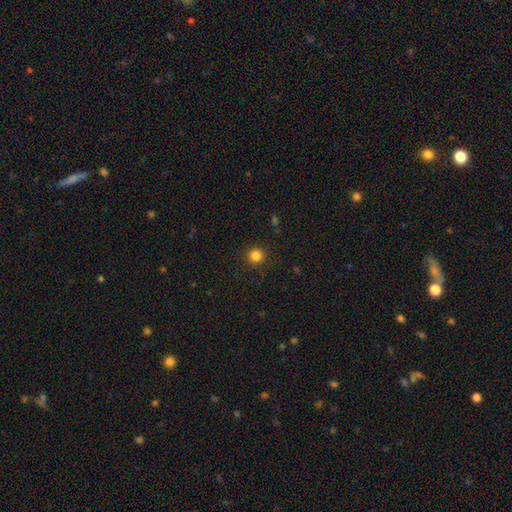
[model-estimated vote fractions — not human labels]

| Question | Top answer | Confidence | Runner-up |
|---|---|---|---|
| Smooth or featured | smooth | 84% | star or artifact (12%) |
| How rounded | round | 94% | in between (5%) |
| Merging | none | 90% | minor disturbance (6%) |